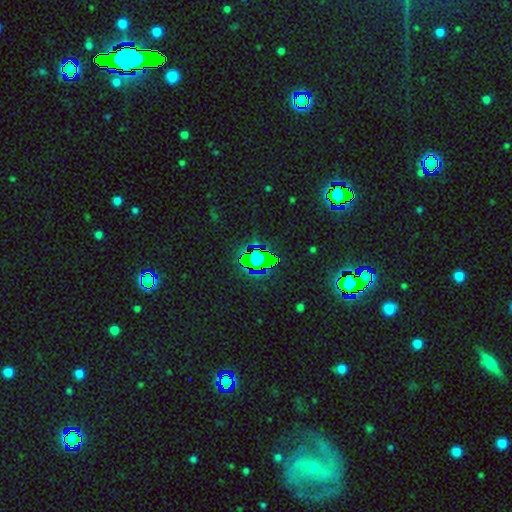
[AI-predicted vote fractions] This is likely a star or artifact rather than a galaxy (74%).